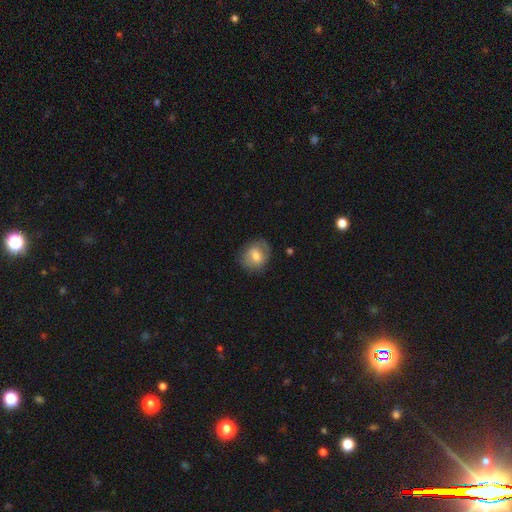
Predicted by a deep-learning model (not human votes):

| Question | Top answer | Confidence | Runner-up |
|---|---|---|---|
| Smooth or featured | smooth | 66% | featured or disk (26%) |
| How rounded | round | 64% | in between (35%) |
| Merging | none | 74% | minor disturbance (18%) |